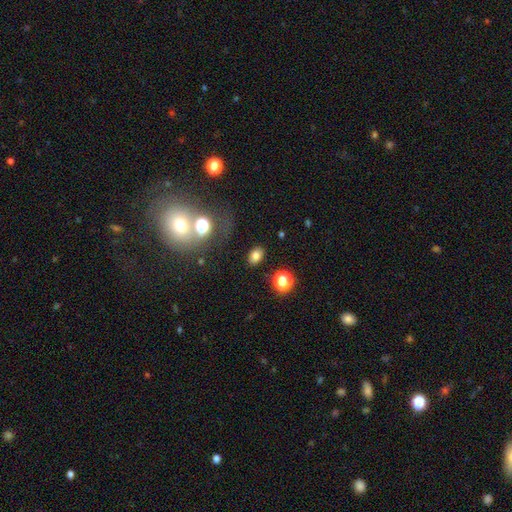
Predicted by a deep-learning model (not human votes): Q: Smooth or featured?
A: smooth (77%); runner-up: star or artifact (14%)
Q: How rounded?
A: in between (77%); runner-up: round (22%)
Q: Merging?
A: none (85%); runner-up: minor disturbance (9%)